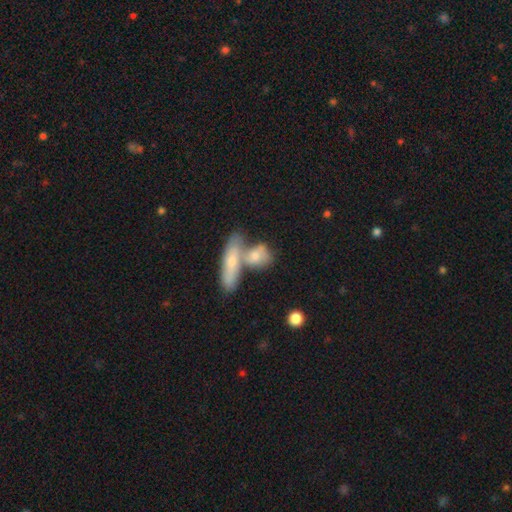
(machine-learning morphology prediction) The model was most divided on "merging": merger: 56%, none: 29%, minor disturbance: 10%, major disturbance: 5%. More confident: smooth or featured — smooth (66%); how rounded — in between (55%).